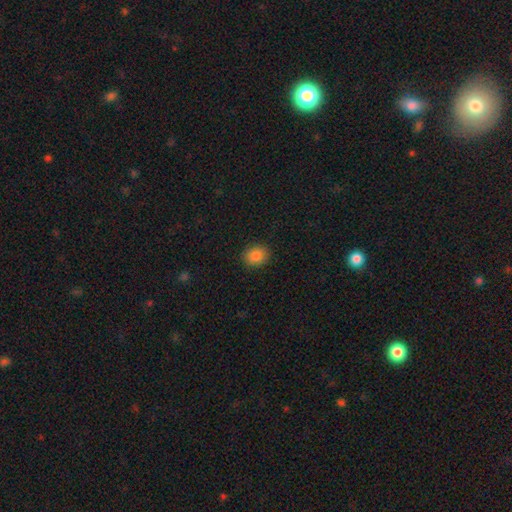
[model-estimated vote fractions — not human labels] Smooth or featured? Predicted: smooth (p=0.87). How rounded? Predicted: round (p=0.57). Merging? Predicted: none (p=0.89).